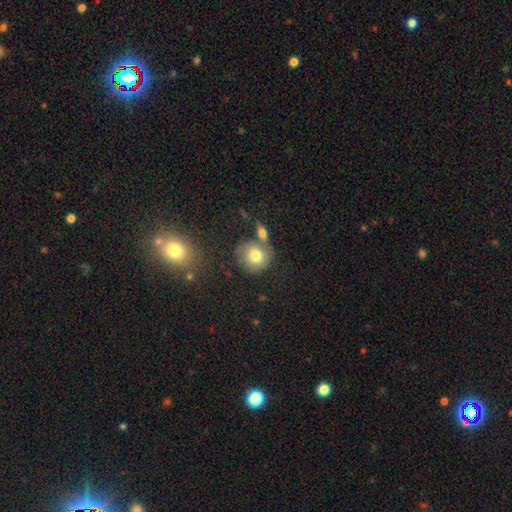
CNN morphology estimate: smooth-or-featured: smooth: 77% | featured or disk: 14% | star or artifact: 9%
  how-rounded: round: 86% | in between: 13% | cigar-shaped: 1%
  merging: none: 57% | merger: 24% | minor disturbance: 13% | major disturbance: 5%